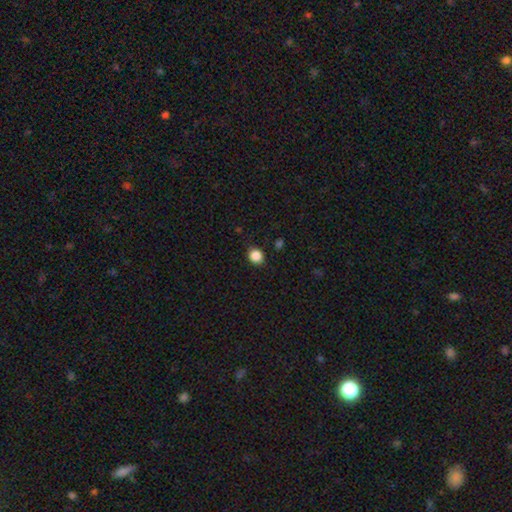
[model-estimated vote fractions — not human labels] Smooth or featured?
  - smooth: 87% *
  - star or artifact: 10%
  - featured or disk: 3%
How rounded?
  - round: 73% *
  - in between: 26%
  - cigar-shaped: 1%
Merging?
  - none: 87% *
  - minor disturbance: 9%
  - major disturbance: 2%
  - merger: 1%